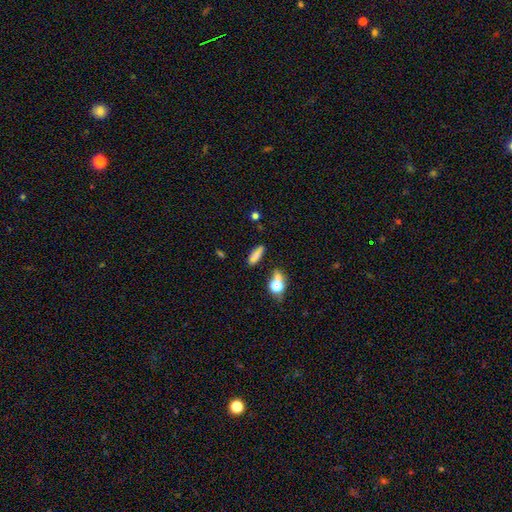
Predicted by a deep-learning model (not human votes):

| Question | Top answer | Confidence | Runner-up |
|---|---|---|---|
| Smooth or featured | smooth | 74% | star or artifact (13%) |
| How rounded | in between | 58% | cigar-shaped (36%) |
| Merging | none | 76% | minor disturbance (14%) |